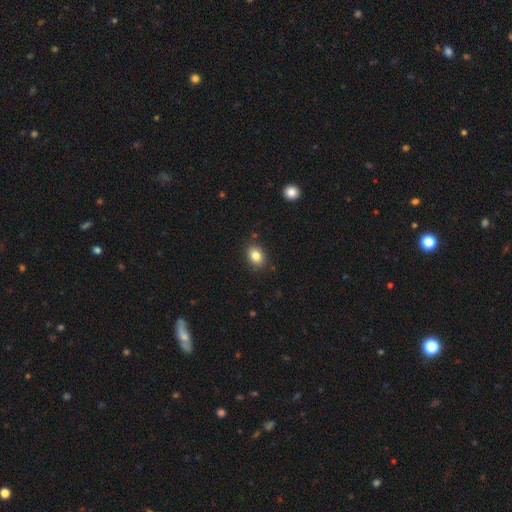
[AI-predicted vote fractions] smooth_or_featured: smooth (p=0.84) [alt: star or artifact p=0.09]
how_rounded: in between (p=0.69) [alt: round p=0.30]
merging: none (p=0.87) [alt: minor disturbance p=0.09]